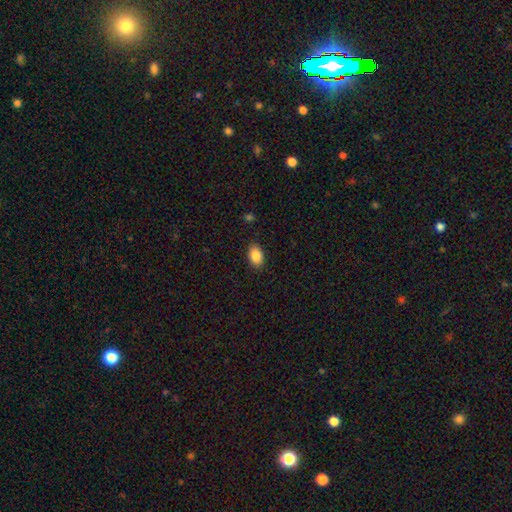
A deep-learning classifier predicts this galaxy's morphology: Q: Smooth or featured?
A: smooth (88%); runner-up: star or artifact (8%)
Q: How rounded?
A: in between (89%); runner-up: round (10%)
Q: Merging?
A: none (87%); runner-up: minor disturbance (9%)